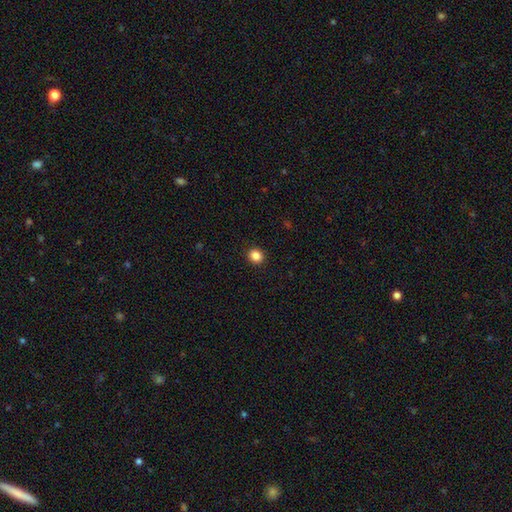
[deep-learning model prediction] Smooth or featured? smooth (85%)
How rounded? round (81%)
Merging? none (92%)